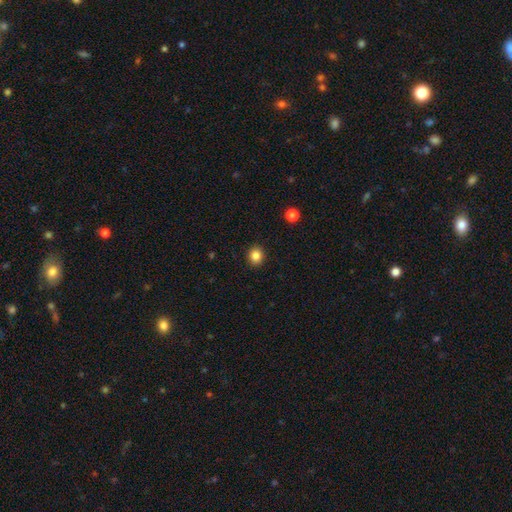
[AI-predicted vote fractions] smooth 84%, star or artifact 11%, featured or disk 5%. Down the decision tree: how rounded — round (77%); merging — none (92%).